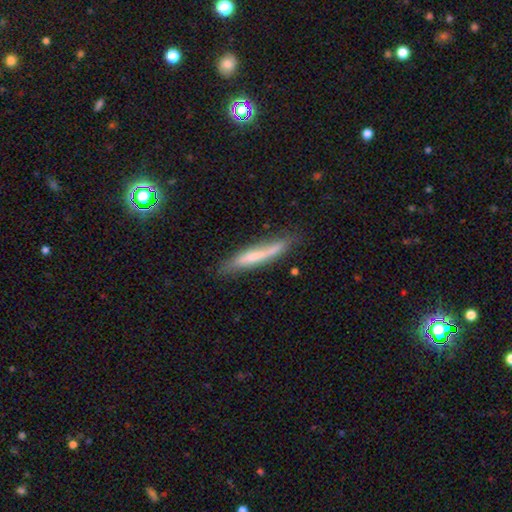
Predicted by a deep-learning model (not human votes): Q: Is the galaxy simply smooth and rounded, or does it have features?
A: smooth — 58%.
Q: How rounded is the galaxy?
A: cigar-shaped — 91%.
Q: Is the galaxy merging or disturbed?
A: none — 67%.